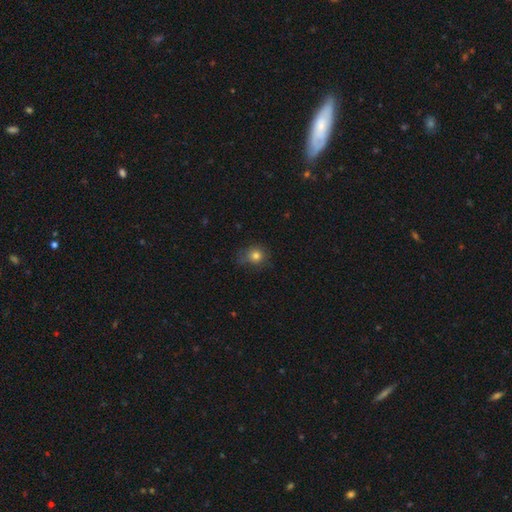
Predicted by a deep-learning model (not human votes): Q: Smooth or featured?
A: smooth (79%); runner-up: star or artifact (13%)
Q: How rounded?
A: round (80%); runner-up: in between (19%)
Q: Merging?
A: none (63%); runner-up: minor disturbance (26%)